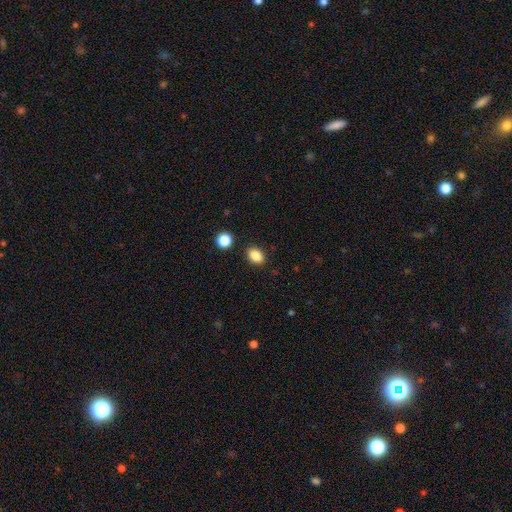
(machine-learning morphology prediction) smooth-or-featured: smooth: 86% | star or artifact: 9% | featured or disk: 4%
  how-rounded: in between: 73% | round: 26% | cigar-shaped: 1%
  merging: none: 87% | minor disturbance: 8% | merger: 3% | major disturbance: 2%